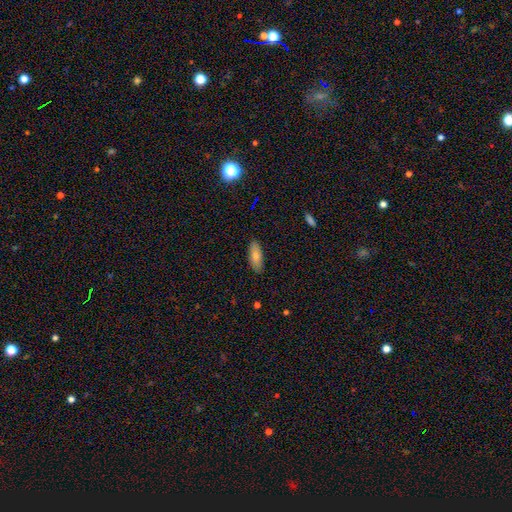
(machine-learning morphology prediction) A smooth galaxy with no disk features (78%) that is in between round and cigar-shaped (75%).

Vote fractions:
- Smooth or featured? smooth: 78% / featured or disk: 16% / star or artifact: 7%
- How rounded? in between: 75% / cigar-shaped: 23% / round: 2%
- Merging? none: 86% / minor disturbance: 11% / major disturbance: 2% / merger: 1%